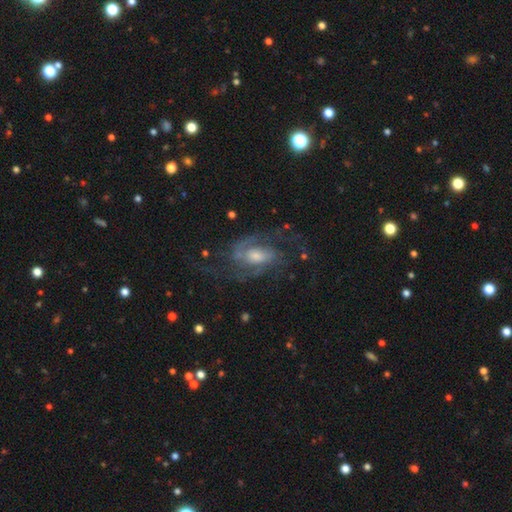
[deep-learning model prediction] A featured or disk galaxy (85%) with no bar (46%), 2 (57%) medium (50%) spiral arms (94%) and a moderate central bulge (50%). Merging: none (63%).